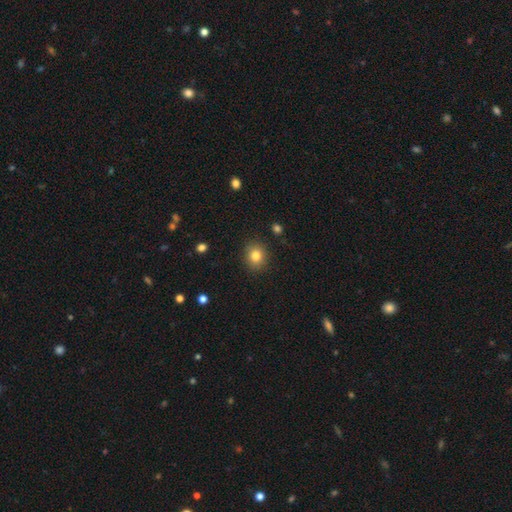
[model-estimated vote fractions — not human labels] The model was most divided on "how rounded": round: 71%, in between: 29%, cigar-shaped: 1%. More confident: merging — none (89%); smooth or featured — smooth (82%).